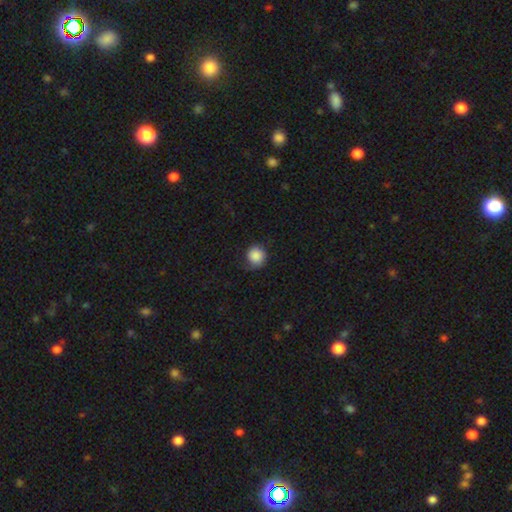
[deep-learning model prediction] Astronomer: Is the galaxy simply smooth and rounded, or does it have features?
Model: smooth — 85%.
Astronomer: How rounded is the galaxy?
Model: round — 89%.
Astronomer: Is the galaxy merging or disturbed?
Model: none — 68%.